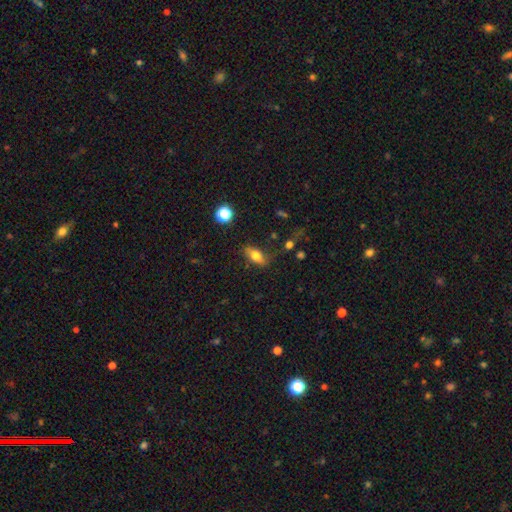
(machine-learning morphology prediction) Overall: smooth (70%). How rounded: in between (77%). Merging: none (71%).